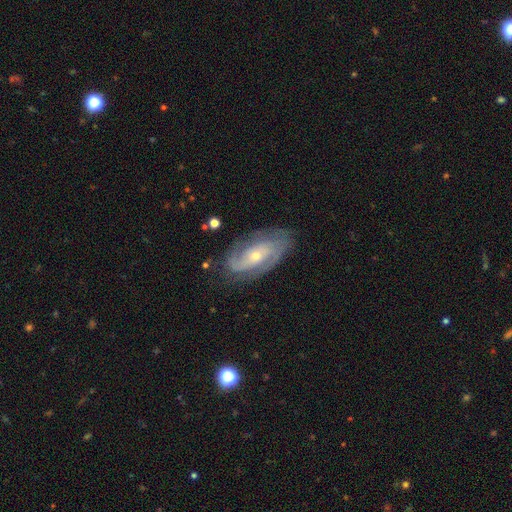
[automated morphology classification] Smooth or featured?
  - featured or disk: 83% *
  - smooth: 11%
  - star or artifact: 6%
Edge-on disk?
  - no: 94% *
  - yes: 6%
Bar?
  - no: 63% *
  - weak: 28%
  - strong: 9%
Spiral arms?
  - yes: 94% *
  - no: 6%
Spiral winding?
  - tight: 50% *
  - medium: 37%
  - loose: 13%
Spiral arm count?
  - 2: 54% *
  - can't tell: 22%
  - 3: 12%
  - 1: 5%
  - 4: 3%
  - more than 4: 3%
Bulge size?
  - small: 64% *
  - moderate: 32%
  - large: 1%
  - none: 1%
  - dominant: 1%
Merging?
  - none: 75% *
  - minor disturbance: 17%
  - major disturbance: 6%
  - merger: 2%